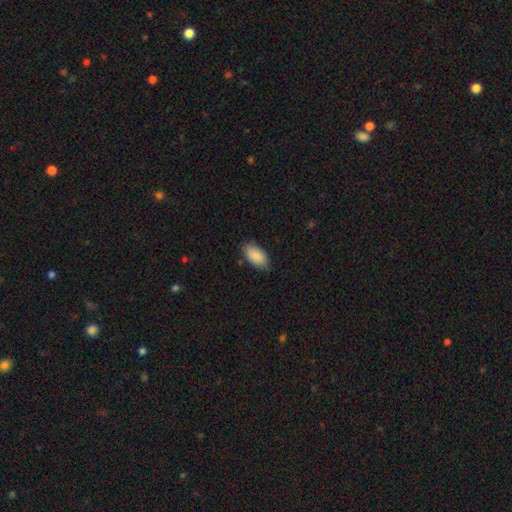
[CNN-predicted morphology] Smooth or featured: smooth — 89% (star or artifact — 6%)
How rounded: in between — 94% (cigar-shaped — 3%)
Merging: none — 81% (minor disturbance — 15%)